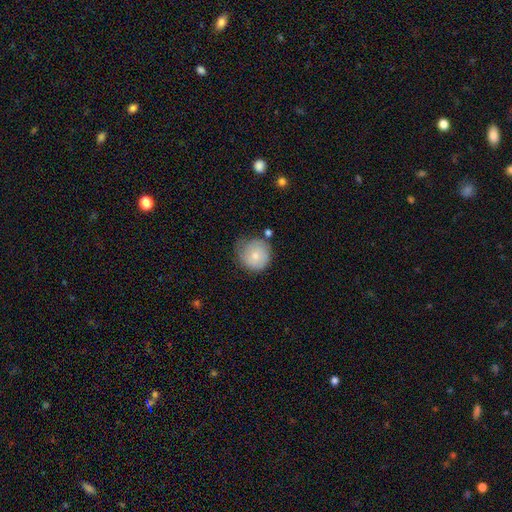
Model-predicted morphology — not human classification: Smooth or featured? Predicted: smooth (p=0.71). How rounded? Predicted: round (p=0.90). Merging? Predicted: none (p=0.57).